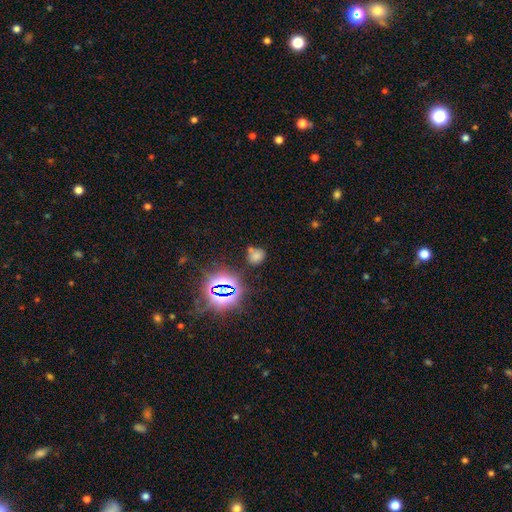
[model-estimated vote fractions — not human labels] Smooth or featured?
  - smooth: 61% *
  - star or artifact: 31%
  - featured or disk: 9%
How rounded?
  - round: 68% *
  - in between: 31%
  - cigar-shaped: 1%
Merging?
  - none: 61% *
  - merger: 20%
  - minor disturbance: 14%
  - major disturbance: 5%